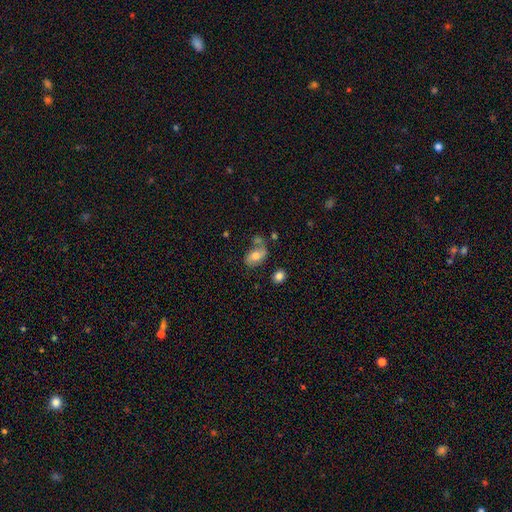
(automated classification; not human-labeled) Smooth or featured?
  - smooth: 68% *
  - featured or disk: 23%
  - star or artifact: 9%
How rounded?
  - in between: 87% *
  - round: 11%
  - cigar-shaped: 2%
Merging?
  - none: 50% *
  - merger: 22%
  - minor disturbance: 20%
  - major disturbance: 9%